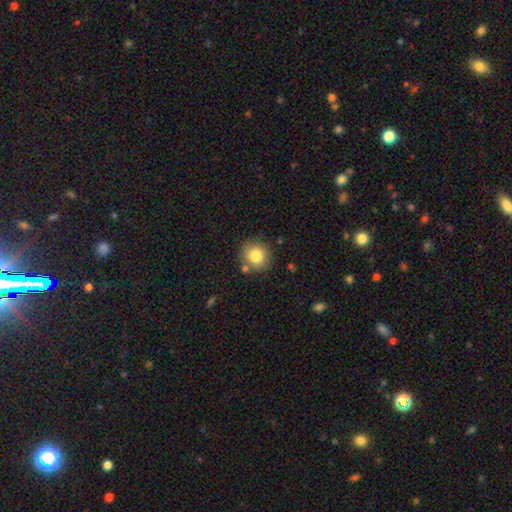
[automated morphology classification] Smooth or featured? Predicted: smooth (p=0.81). How rounded? Predicted: round (p=0.89). Merging? Predicted: none (p=0.80).